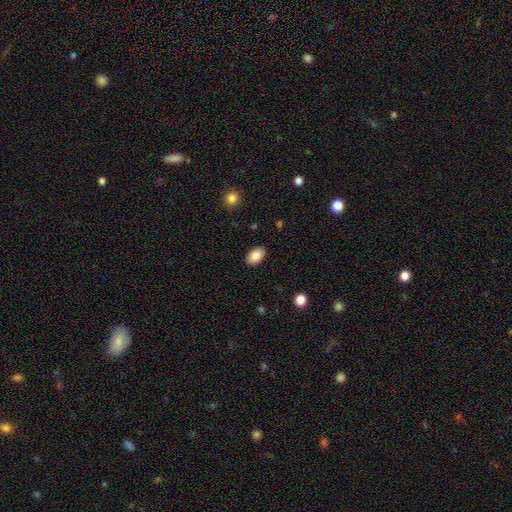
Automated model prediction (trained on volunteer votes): smooth_or_featured: smooth (p=0.84) [alt: featured or disk p=0.08]
how_rounded: in between (p=0.91) [alt: round p=0.07]
merging: none (p=0.88) [alt: minor disturbance p=0.09]